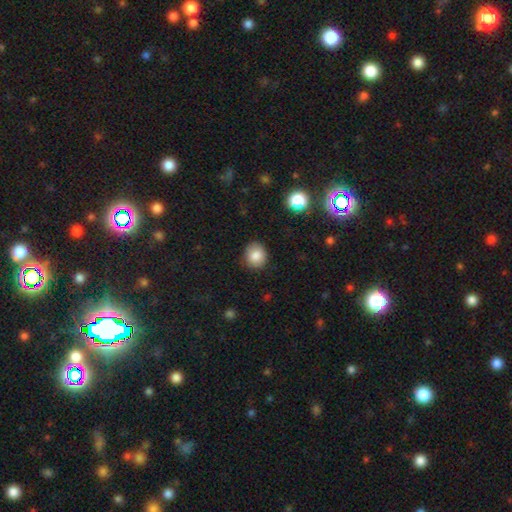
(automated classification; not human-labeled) smooth 84%, star or artifact 9%, featured or disk 7%. Down the decision tree: how rounded — round (72%); merging — none (85%).